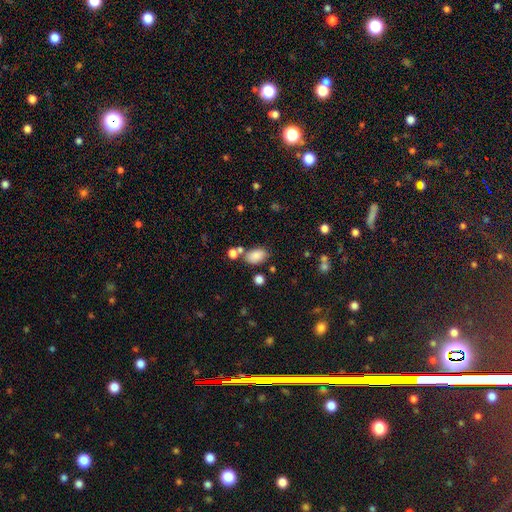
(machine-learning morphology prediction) Overall: smooth (83%). How rounded: in between (89%). Merging: none (69%).